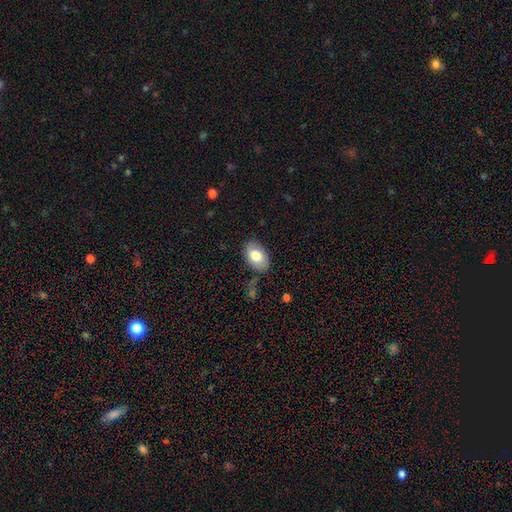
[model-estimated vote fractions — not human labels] This appears to be a smooth galaxy with no disk features (79%) that is in between round and cigar-shaped (89%). Merging: none (81%).